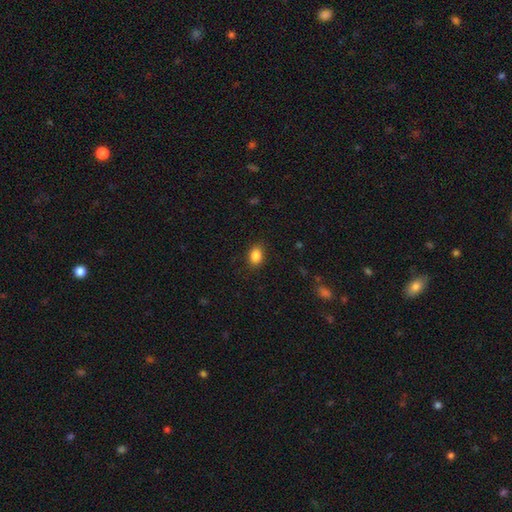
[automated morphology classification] Overall: smooth (86%). How rounded: in between (69%; round 30%). Merging: none (87%).